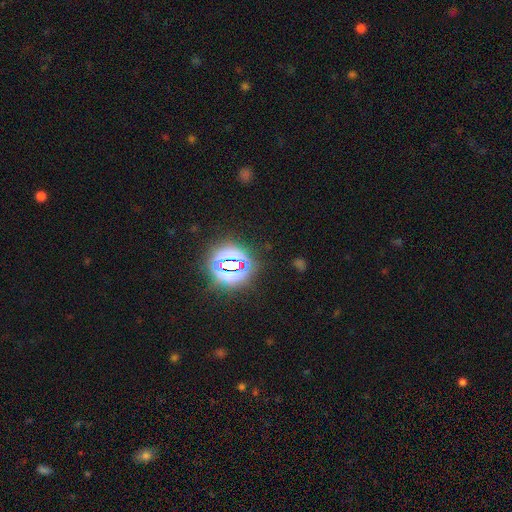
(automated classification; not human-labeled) Smooth or featured? Predicted: star or artifact (p=0.78).